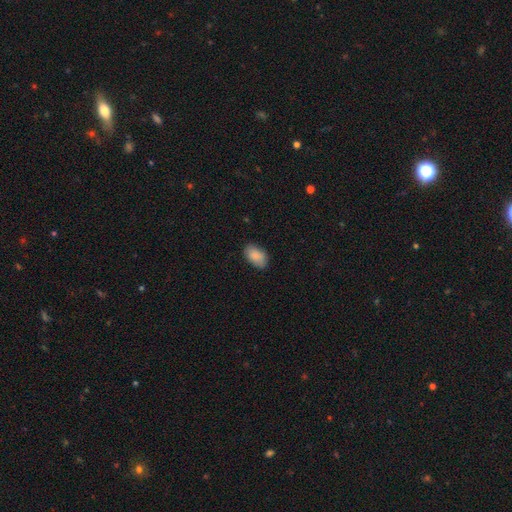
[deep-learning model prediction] Q: Smooth or featured?
A: smooth (88%); runner-up: star or artifact (6%)
Q: How rounded?
A: in between (92%); runner-up: round (6%)
Q: Merging?
A: none (84%); runner-up: minor disturbance (12%)